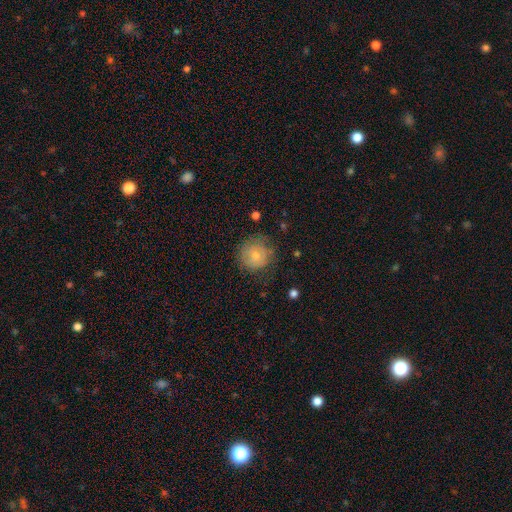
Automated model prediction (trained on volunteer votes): Overall: smooth (74%). How rounded: round (91%). Merging: none (70%).